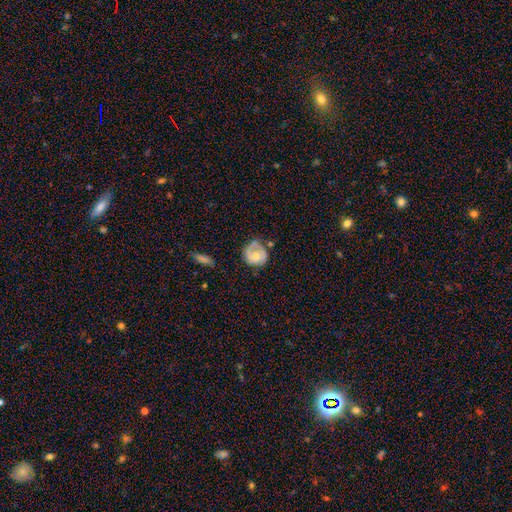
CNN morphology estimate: A featured or disk galaxy (52%) with no bar (77%), spiral arms (63%) and a moderate central bulge (52%).

Vote fractions:
- Smooth or featured? featured or disk: 52% / smooth: 42% / star or artifact: 6%
- Edge-on disk? no: 97% / yes: 3%
- Bar? no: 77% / weak: 19% / strong: 4%
- Spiral arms? yes: 63% / no: 37%
- Bulge size? moderate: 52% / small: 39% / none: 5% / large: 4% / dominant: 1%
- Merging? none: 51% / minor disturbance: 29% / major disturbance: 15% / merger: 5%